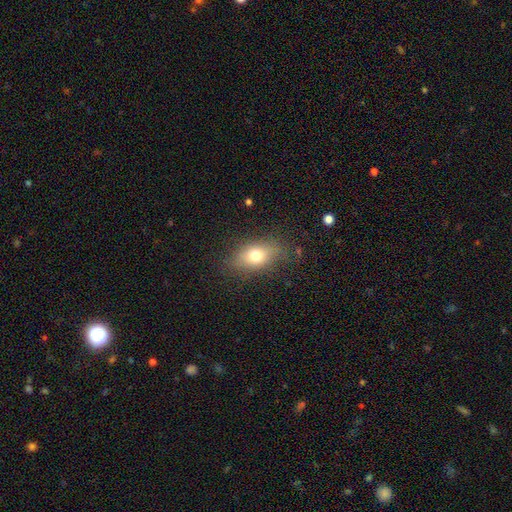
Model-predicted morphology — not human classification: Q: Smooth or featured?
A: smooth (73%); runner-up: featured or disk (16%)
Q: How rounded?
A: in between (78%); runner-up: round (18%)
Q: Merging?
A: none (78%); runner-up: minor disturbance (15%)